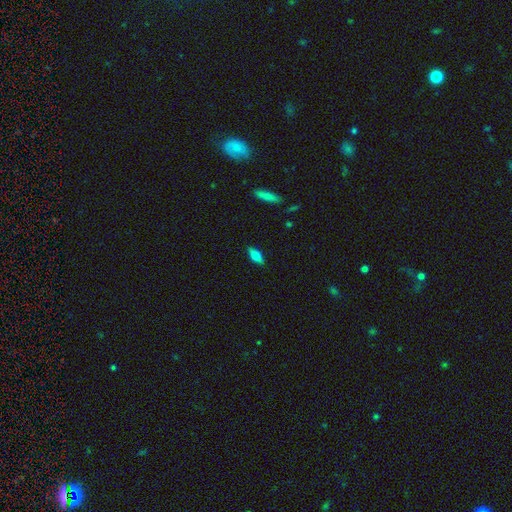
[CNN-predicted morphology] smooth-or-featured: smooth: 72% | featured or disk: 21% | star or artifact: 7%
  how-rounded: in between: 80% | cigar-shaped: 17% | round: 3%
  merging: none: 87% | minor disturbance: 10% | major disturbance: 2% | merger: 1%